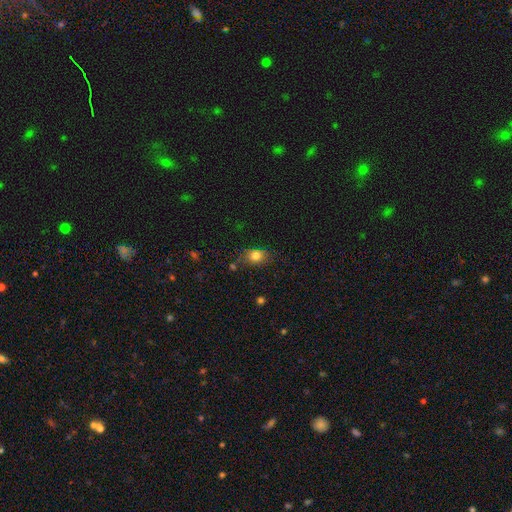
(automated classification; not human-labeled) Smooth or featured?
  - smooth: 79% *
  - star or artifact: 12%
  - featured or disk: 9%
How rounded?
  - in between: 64% *
  - round: 35%
  - cigar-shaped: 2%
Merging?
  - none: 72% *
  - minor disturbance: 19%
  - major disturbance: 5%
  - merger: 4%